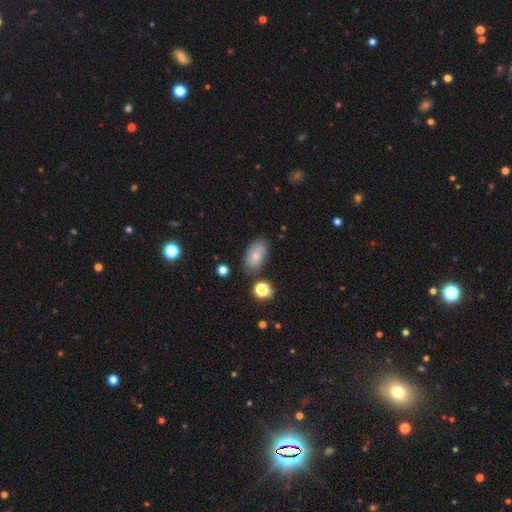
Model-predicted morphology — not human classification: Smooth or featured?
  - smooth: 59% *
  - featured or disk: 31%
  - star or artifact: 10%
How rounded?
  - in between: 89% *
  - round: 9%
  - cigar-shaped: 2%
Merging?
  - none: 68% *
  - minor disturbance: 22%
  - major disturbance: 6%
  - merger: 4%